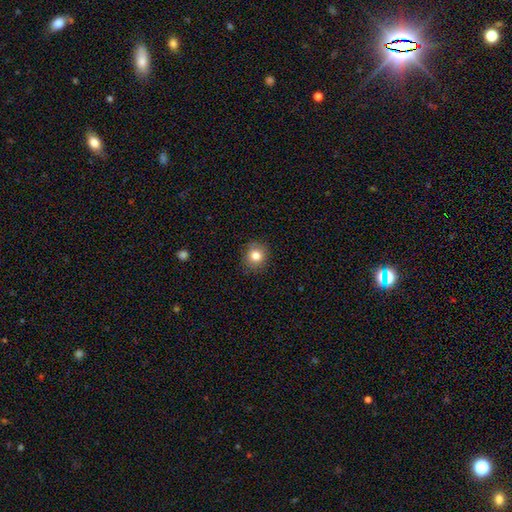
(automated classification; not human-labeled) Smooth or featured: smooth — 82% (star or artifact — 11%)
How rounded: round — 79% (in between — 20%)
Merging: none — 87% (minor disturbance — 10%)